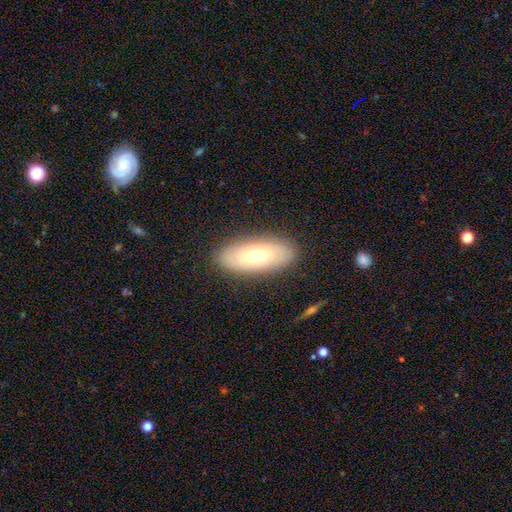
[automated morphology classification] This is likely a smooth galaxy (64%). How rounded: likely in between (79%). Merging: clearly none (87%).